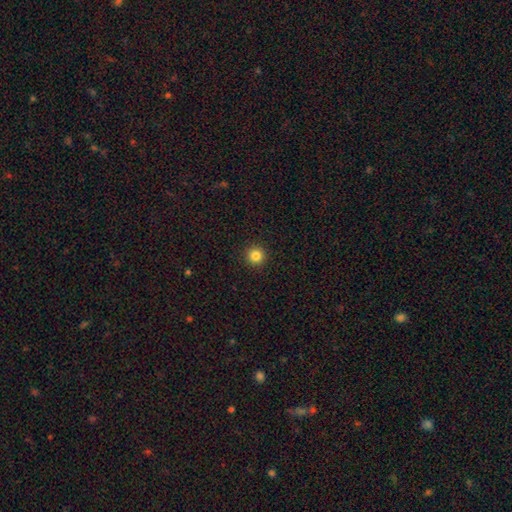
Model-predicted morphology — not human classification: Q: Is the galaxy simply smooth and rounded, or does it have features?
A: smooth — 84%.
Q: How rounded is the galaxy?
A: round — 96%.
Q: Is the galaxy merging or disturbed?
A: none — 93%.